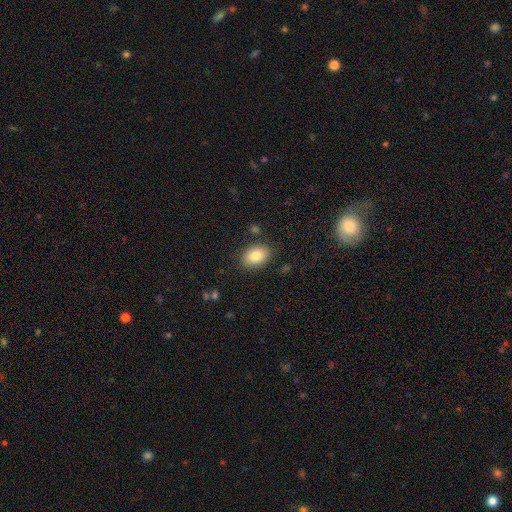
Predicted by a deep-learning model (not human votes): Smooth or featured?
  - smooth: 85% *
  - featured or disk: 8%
  - star or artifact: 7%
How rounded?
  - in between: 82% *
  - round: 17%
  - cigar-shaped: 1%
Merging?
  - none: 84% *
  - minor disturbance: 11%
  - major disturbance: 3%
  - merger: 2%